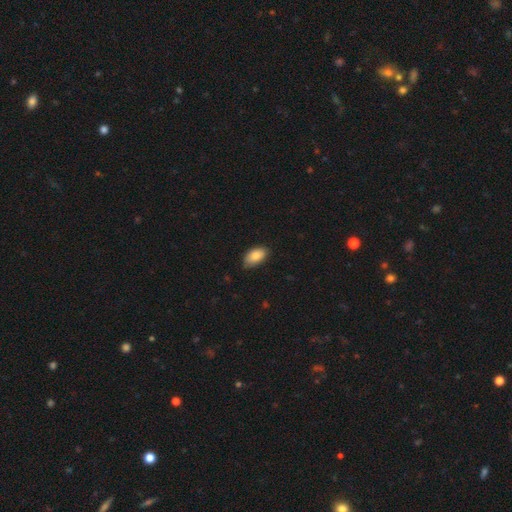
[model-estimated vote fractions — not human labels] This is clearly a smooth galaxy (86%). How rounded: clearly in between (94%). Merging: likely none (75%).